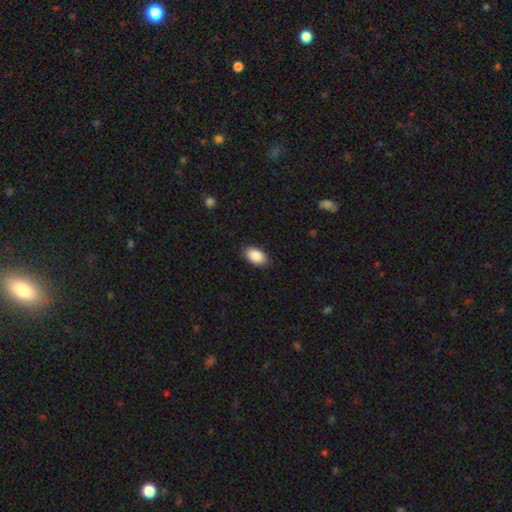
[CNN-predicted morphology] Overall: smooth (90%). How rounded: in between (92%). Merging: none (86%).